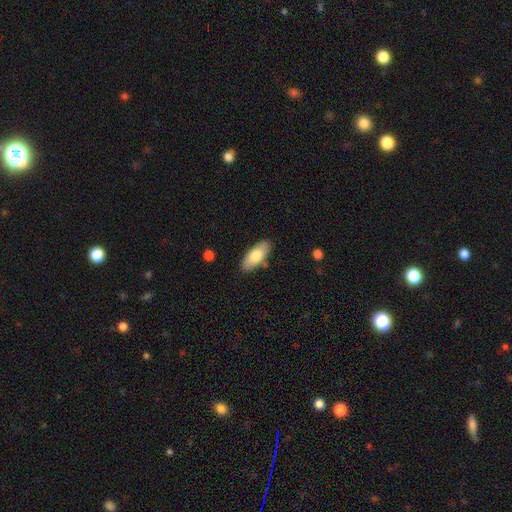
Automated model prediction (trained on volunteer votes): Q: Smooth or featured?
A: smooth (73%); runner-up: featured or disk (21%)
Q: How rounded?
A: in between (84%); runner-up: cigar-shaped (14%)
Q: Merging?
A: none (86%); runner-up: minor disturbance (10%)